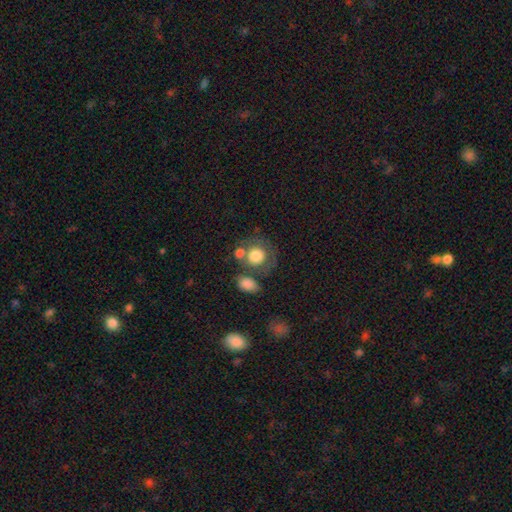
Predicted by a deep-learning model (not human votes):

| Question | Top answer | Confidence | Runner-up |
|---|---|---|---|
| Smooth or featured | smooth | 74% | featured or disk (17%) |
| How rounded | round | 81% | in between (18%) |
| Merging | none | 48% | merger (25%) |